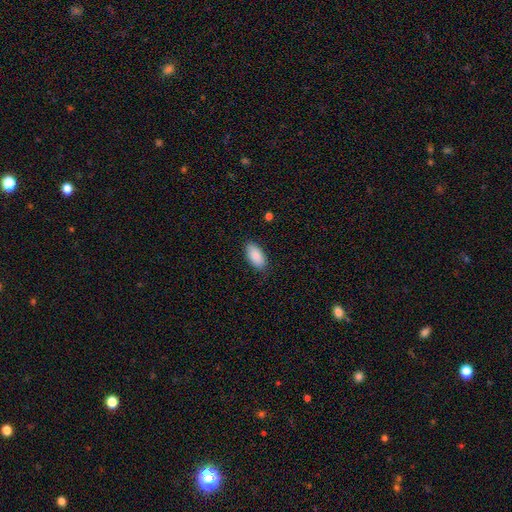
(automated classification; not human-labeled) Smooth or featured? Predicted: smooth (p=0.89). How rounded? Predicted: in between (p=0.94). Merging? Predicted: none (p=0.85).